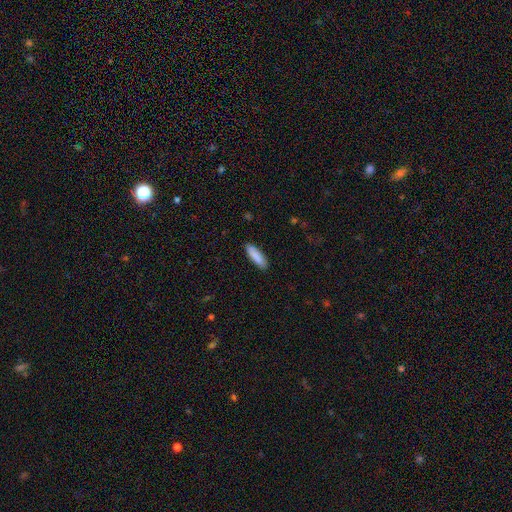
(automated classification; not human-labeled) A smooth galaxy with no disk features (88%) that is cigar-shaped (60%). Merging: none (89%).